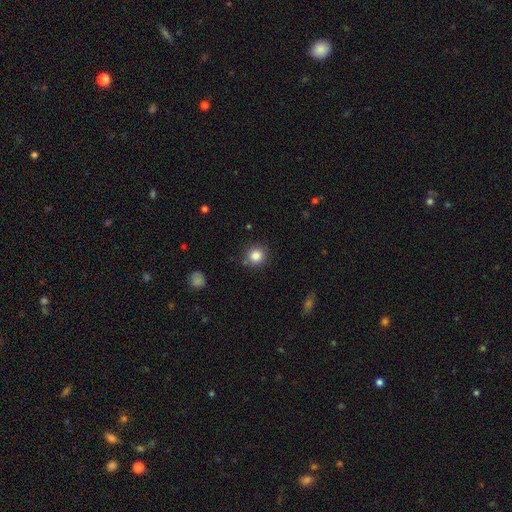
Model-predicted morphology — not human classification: This is clearly a smooth galaxy (85%). How rounded: clearly round (91%). Merging: clearly none (84%).